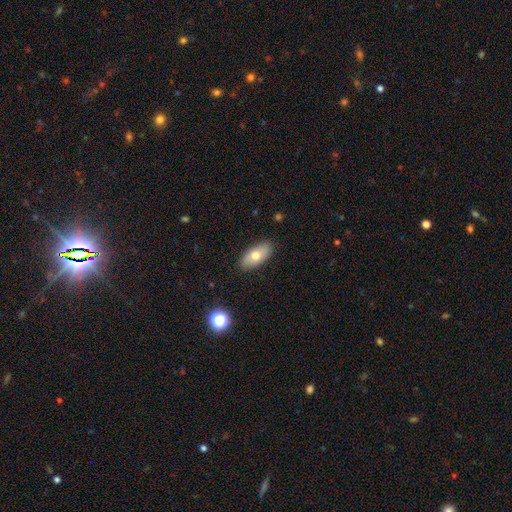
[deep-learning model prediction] Smooth or featured? Predicted: smooth (p=0.69). How rounded? Predicted: in between (p=0.90). Merging? Predicted: none (p=0.88).